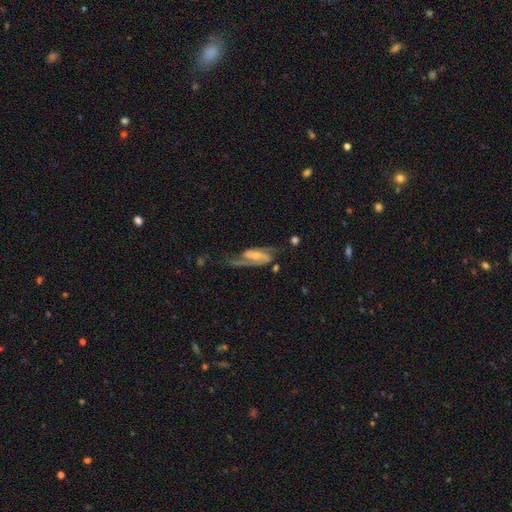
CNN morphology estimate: Smooth or featured? Predicted: featured or disk (p=0.87). Edge-on disk? Predicted: no (p=0.95). Bar? Predicted: weak (p=0.41). Spiral arms? Predicted: yes (p=0.96). Spiral winding? Predicted: medium (p=0.48). Spiral arm count? Predicted: 2 (p=0.88). Bulge size? Predicted: small (p=0.54). Merging? Predicted: none (p=0.56).